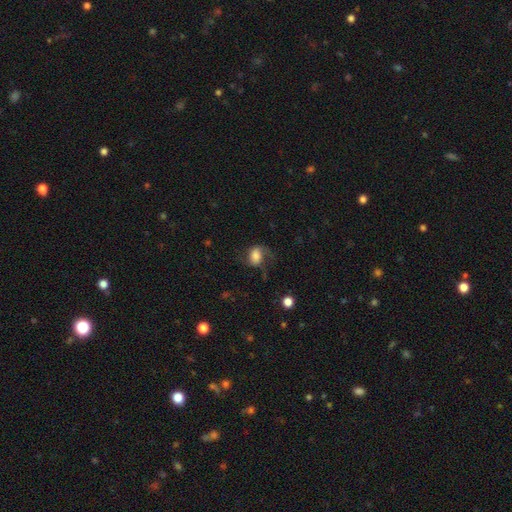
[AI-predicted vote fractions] A smooth galaxy with no disk features (49%).

Vote fractions:
- Smooth or featured? smooth: 49% / featured or disk: 41% / star or artifact: 10%
- Merging? none: 47% / major disturbance: 27% / minor disturbance: 23% / merger: 2%